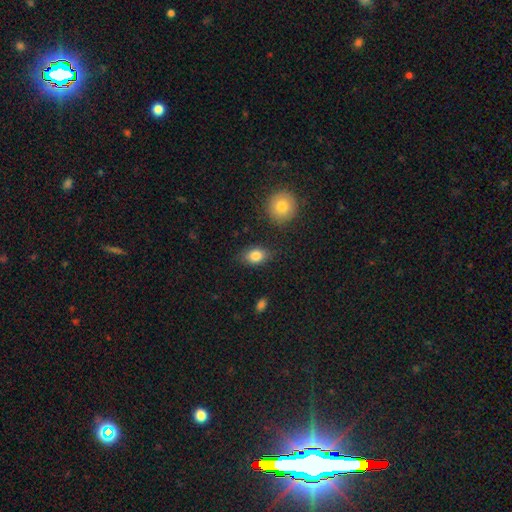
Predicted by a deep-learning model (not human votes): Smooth or featured?
  - smooth: 84% *
  - star or artifact: 8%
  - featured or disk: 8%
How rounded?
  - in between: 76% *
  - round: 22%
  - cigar-shaped: 2%
Merging?
  - none: 80% *
  - minor disturbance: 14%
  - major disturbance: 3%
  - merger: 2%